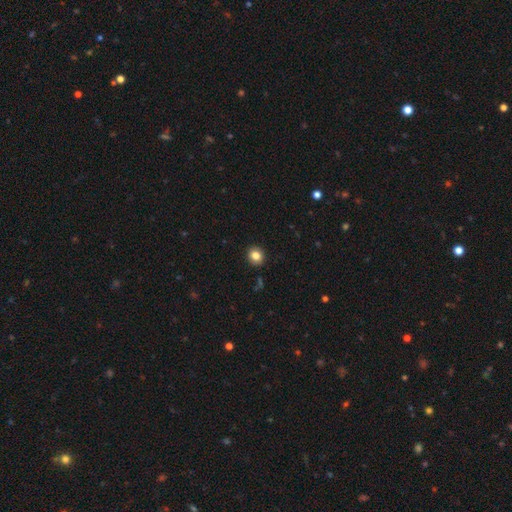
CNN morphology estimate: Overall: smooth (83%). How rounded: round (82%). Merging: none (91%).